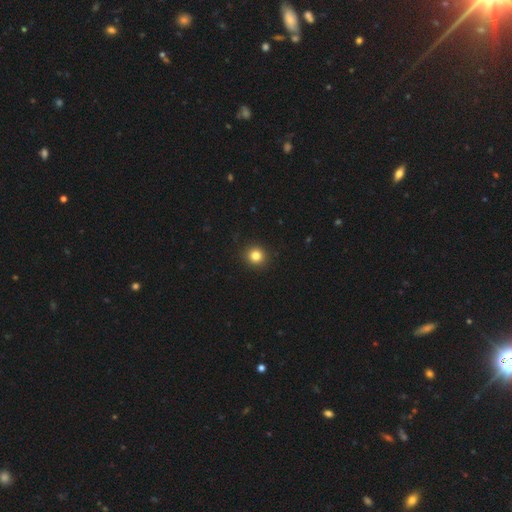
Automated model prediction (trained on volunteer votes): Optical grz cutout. It shows a smooth galaxy with no disk features (83%) that is round (91%). Merging: none (92%).